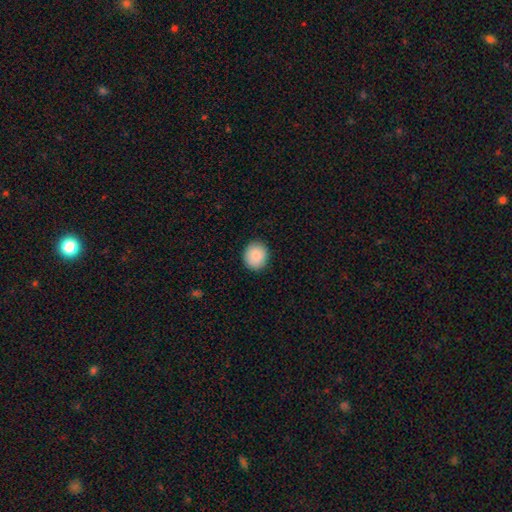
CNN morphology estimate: This appears to be a smooth galaxy with no disk features (89%) that is round (73%). Merging: none (90%).